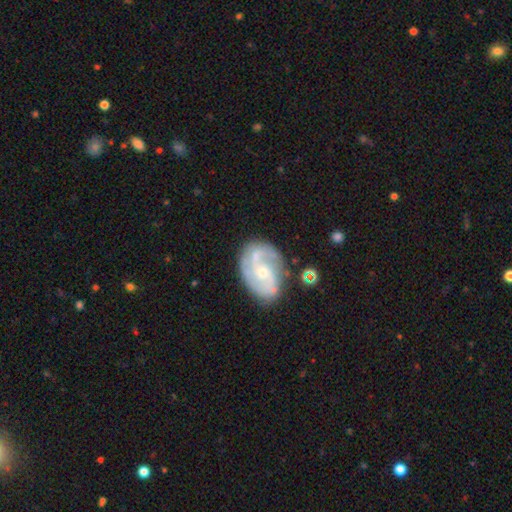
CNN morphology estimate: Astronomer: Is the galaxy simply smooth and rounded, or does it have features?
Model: featured or disk — 83%.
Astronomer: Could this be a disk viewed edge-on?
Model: no — 97%.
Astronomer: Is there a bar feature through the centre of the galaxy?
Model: no — 61%.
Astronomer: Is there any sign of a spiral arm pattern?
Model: yes — 94%.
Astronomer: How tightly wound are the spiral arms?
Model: medium — 48% (runner-up: tight, 33%).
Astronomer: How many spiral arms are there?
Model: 2 — 60%.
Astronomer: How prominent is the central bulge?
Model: small — 69%.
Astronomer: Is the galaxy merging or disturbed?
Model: none — 67%.